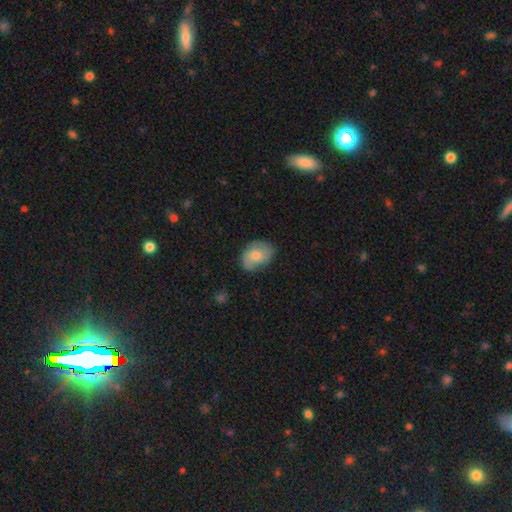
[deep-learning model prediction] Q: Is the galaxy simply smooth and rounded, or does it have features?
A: smooth — 56%.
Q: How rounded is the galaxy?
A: in between — 71%.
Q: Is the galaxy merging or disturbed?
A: none — 67%.